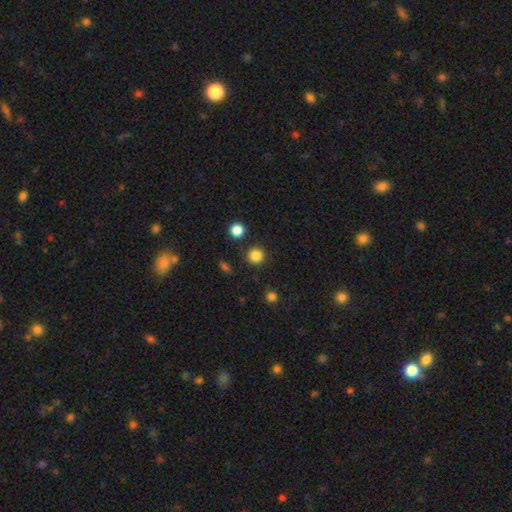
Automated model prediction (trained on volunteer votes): Smooth or featured?
  - smooth: 84% *
  - star or artifact: 12%
  - featured or disk: 4%
How rounded?
  - round: 93% *
  - in between: 6%
  - cigar-shaped: 1%
Merging?
  - none: 88% *
  - minor disturbance: 6%
  - merger: 3%
  - major disturbance: 2%